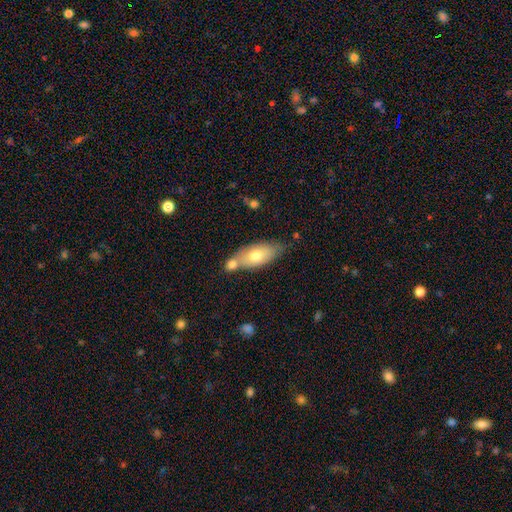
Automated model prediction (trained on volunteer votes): smooth 67%, featured or disk 27%, star or artifact 6%. Down the decision tree: how rounded — in between (81%); merging — none (44%).